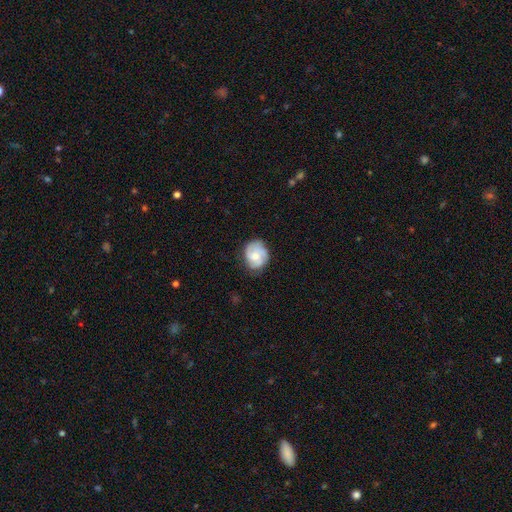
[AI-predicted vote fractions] smooth_or_featured: featured or disk (p=0.55) [alt: smooth p=0.38]
disk_edge_on: no (p=0.98) [alt: yes p=0.02]
bar: no (p=0.71) [alt: weak p=0.25]
has_spiral_arms: yes (p=0.87) [alt: no p=0.13]
bulge_size: moderate (p=0.57) [alt: small p=0.33]
merging: none (p=0.67) [alt: minor disturbance p=0.25]